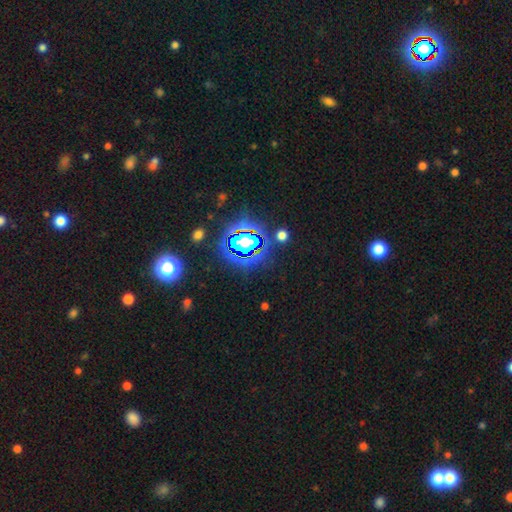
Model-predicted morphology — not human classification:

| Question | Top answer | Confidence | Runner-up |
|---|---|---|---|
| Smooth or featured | star or artifact | 82% | smooth (11%) |